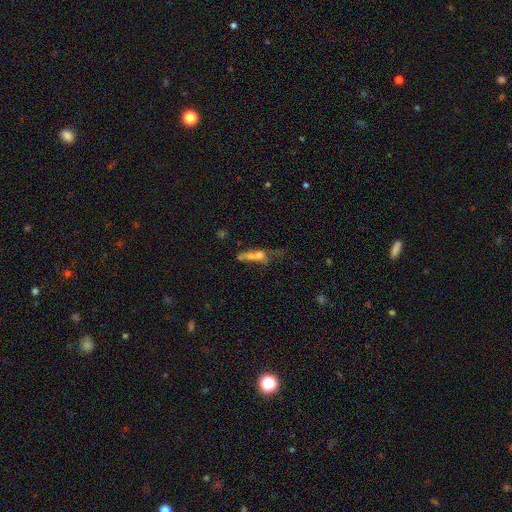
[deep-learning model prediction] smooth 50%, featured or disk 35%, star or artifact 15%. Down the decision tree: how rounded — cigar-shaped (45%); merging — merger (39%).